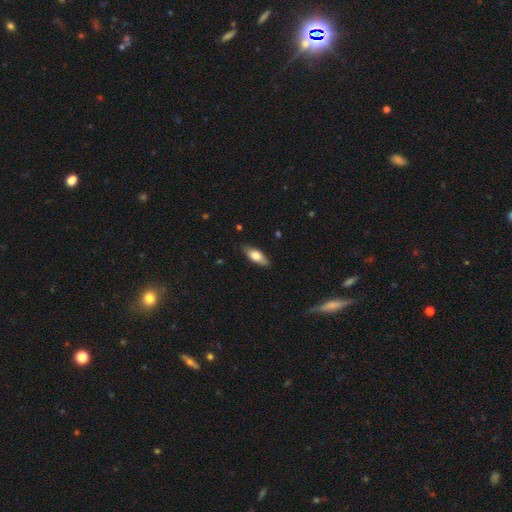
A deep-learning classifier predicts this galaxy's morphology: Smooth or featured: smooth — 69% (featured or disk — 24%)
How rounded: in between — 73% (cigar-shaped — 24%)
Merging: none — 85% (minor disturbance — 12%)